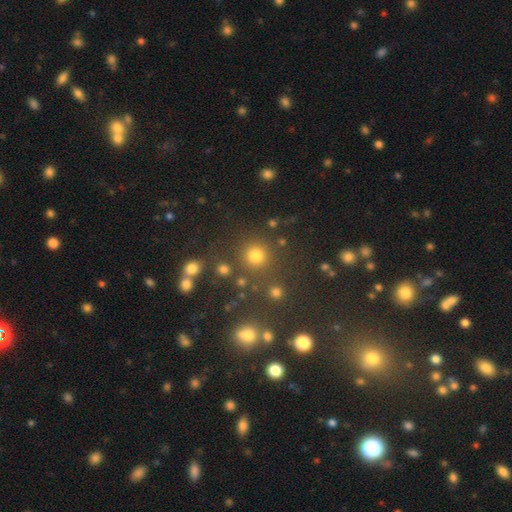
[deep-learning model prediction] A smooth galaxy with no disk features (75%) that is round (93%).

Vote fractions:
- Smooth or featured? smooth: 75% / star or artifact: 19% / featured or disk: 6%
- How rounded? round: 93% / in between: 6% / cigar-shaped: 1%
- Merging? none: 80% / minor disturbance: 8% / merger: 7% / major disturbance: 4%